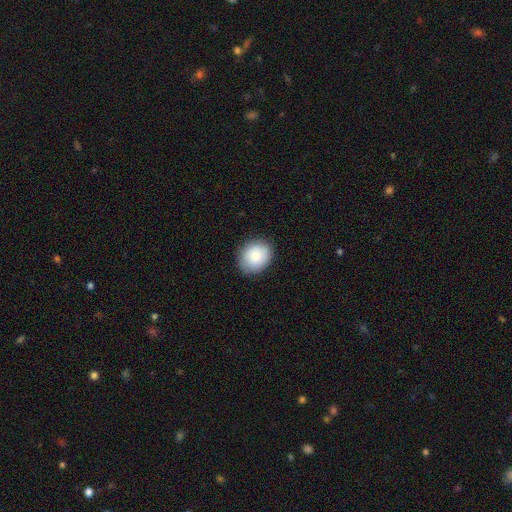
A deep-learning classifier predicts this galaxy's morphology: Smooth or featured? smooth (81%)
How rounded? round (64%)
Merging? none (84%)